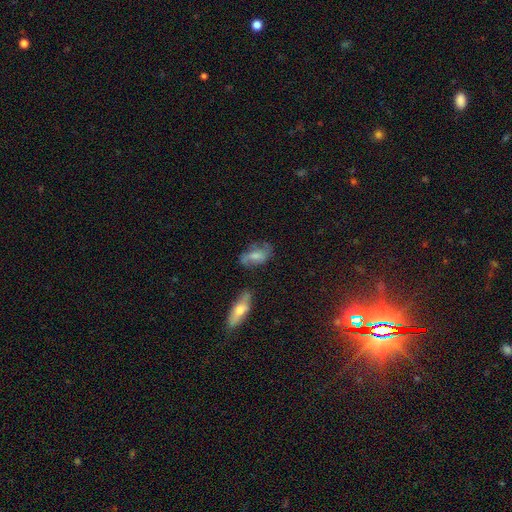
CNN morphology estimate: type=smooth (48%); merging=none (51%).